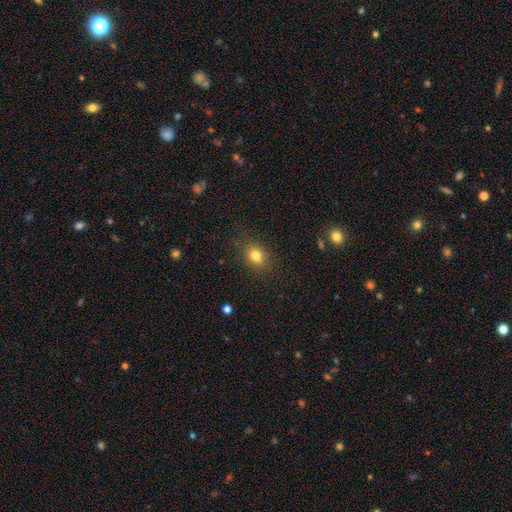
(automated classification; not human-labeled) Q: Smooth or featured?
A: smooth (79%); runner-up: star or artifact (12%)
Q: How rounded?
A: in between (57%); runner-up: round (41%)
Q: Merging?
A: none (80%); runner-up: minor disturbance (14%)